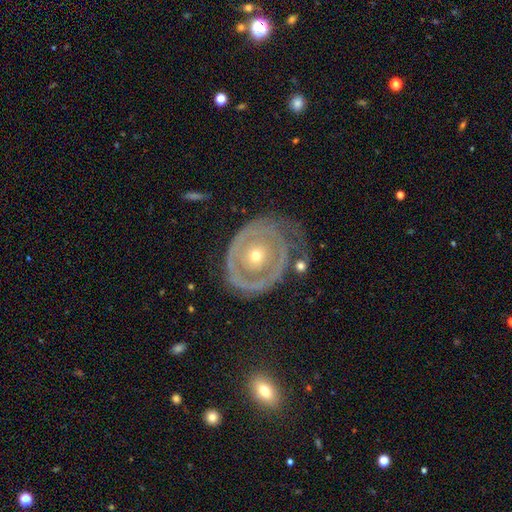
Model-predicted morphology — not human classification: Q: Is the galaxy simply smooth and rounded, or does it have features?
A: featured or disk — 78%.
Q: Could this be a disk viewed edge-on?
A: no — 96%.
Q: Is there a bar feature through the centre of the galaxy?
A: no — 86%.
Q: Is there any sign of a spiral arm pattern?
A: yes — 58%.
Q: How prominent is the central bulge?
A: small — 55%.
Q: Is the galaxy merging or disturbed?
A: none — 54%.